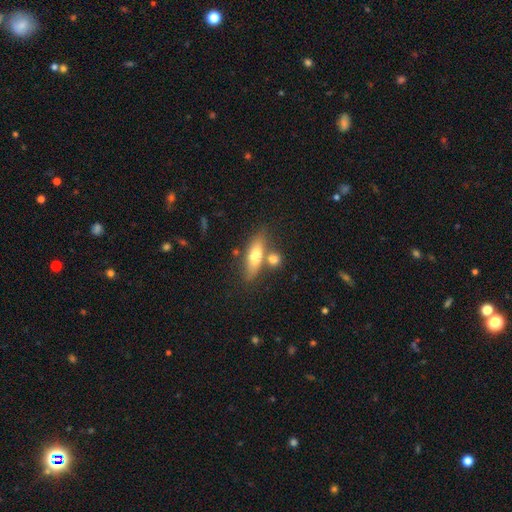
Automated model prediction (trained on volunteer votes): Smooth or featured? smooth (65%)
How rounded? in between (50%)
Merging? none (61%)